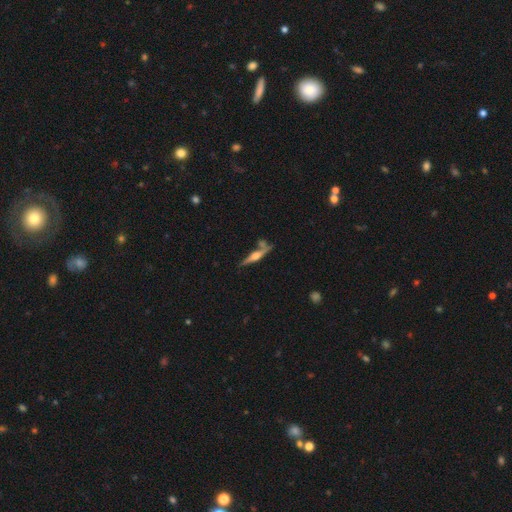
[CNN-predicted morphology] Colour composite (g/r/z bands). It shows a featured or disk galaxy (69%) viewed edge-on (96%) with a rounded central bulge (87%). Merging: none (66%).